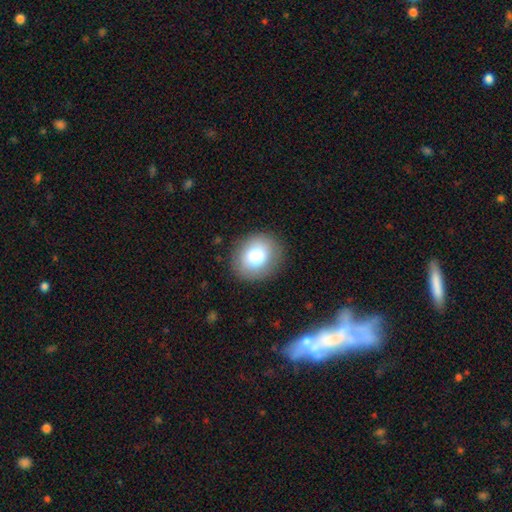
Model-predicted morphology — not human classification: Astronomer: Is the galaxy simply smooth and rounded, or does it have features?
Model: smooth — 78%.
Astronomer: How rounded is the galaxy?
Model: round — 69%.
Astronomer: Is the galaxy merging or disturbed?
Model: none — 87%.